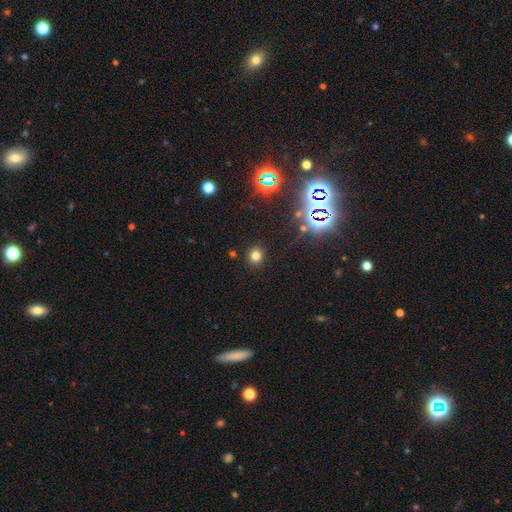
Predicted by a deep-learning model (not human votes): The model was most divided on "smooth or featured": smooth: 72%, star or artifact: 22%, featured or disk: 6%. More confident: merging — none (89%); how rounded — round (87%).